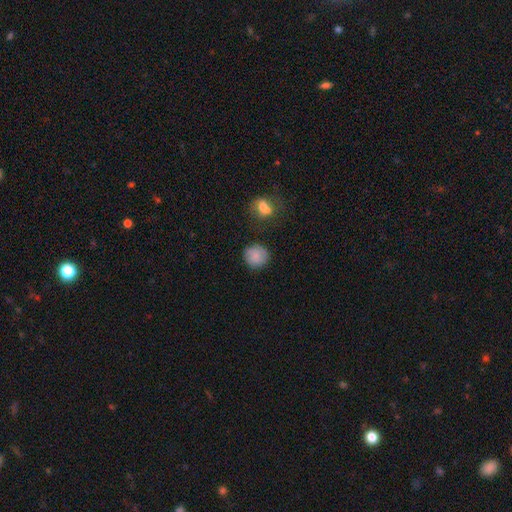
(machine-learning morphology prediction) This is likely a smooth galaxy (80%). How rounded: clearly round (86%). Merging: likely none (80%).